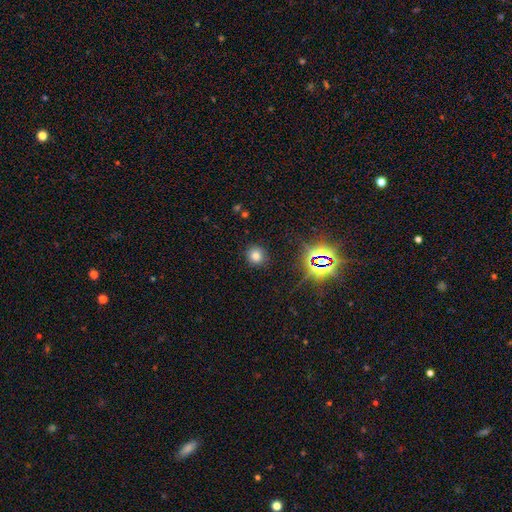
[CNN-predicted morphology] This appears to be a smooth galaxy with no disk features (73%) that is round (87%). Merging: none (88%).